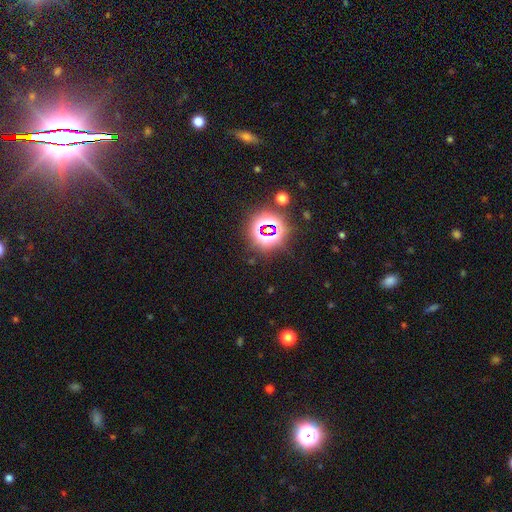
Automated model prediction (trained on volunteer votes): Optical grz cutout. It shows a star or artifact, not a galaxy (82%).